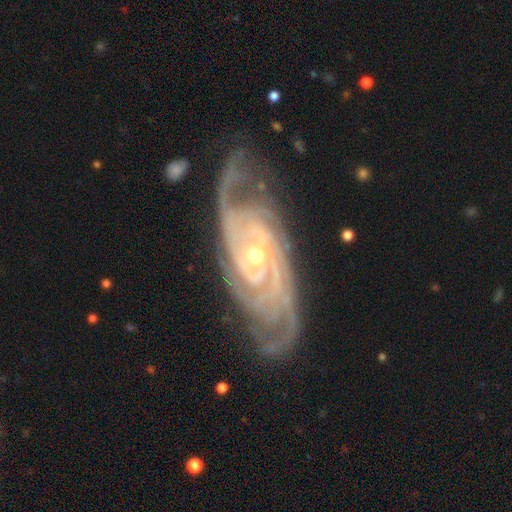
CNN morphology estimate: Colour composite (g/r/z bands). It shows a featured or disk galaxy (92%) with no bar (56%), 3 (25%) tight (74%) spiral arms (98%) and a small central bulge (49%). Merging: none (74%).